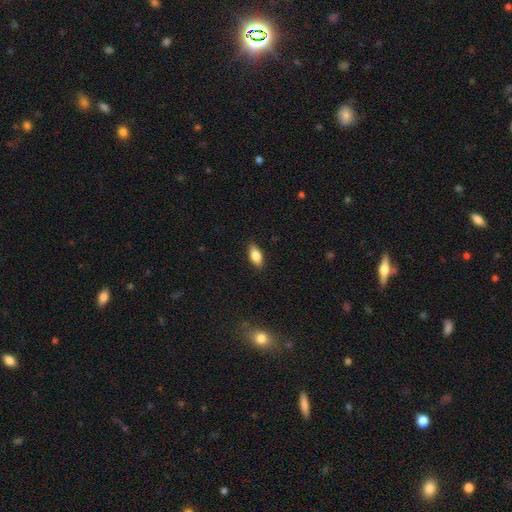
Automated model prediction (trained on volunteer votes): Morphology: type=smooth (80%); roundness=in between (85%); merging=none (87%).